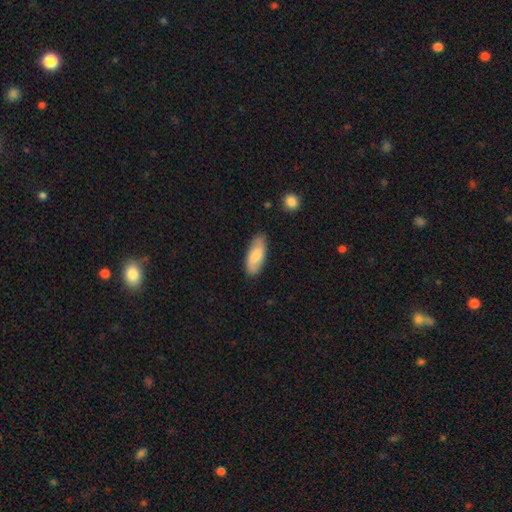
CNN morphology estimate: This is likely a smooth galaxy (75%). How rounded: likely in between (79%). Merging: clearly none (84%).